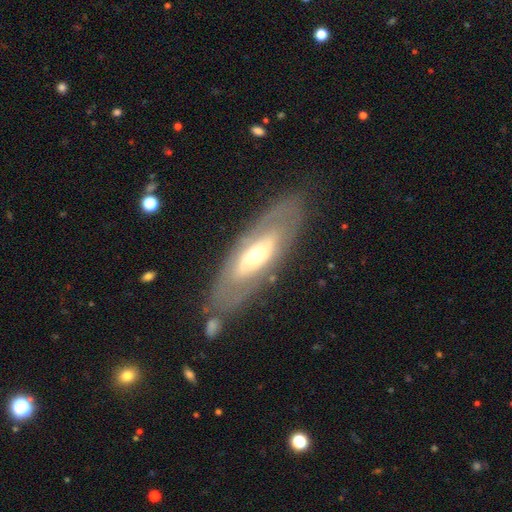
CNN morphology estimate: A featured or disk galaxy (66%) with no bar (73%), no spiral arms (71%) and a moderate central bulge (58%). Merging: none (78%).